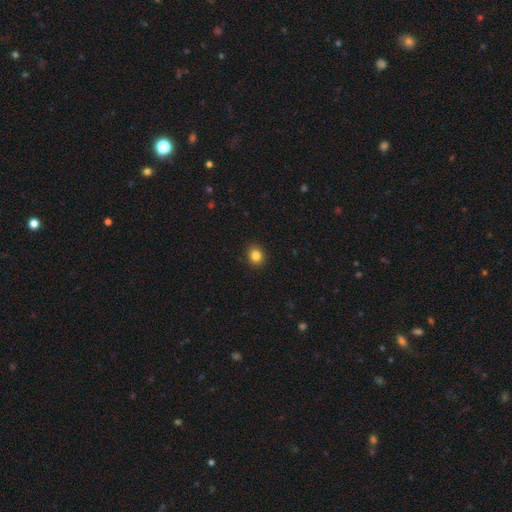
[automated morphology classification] This appears to be a smooth galaxy with no disk features (84%) that is round (75%). Merging: none (92%).